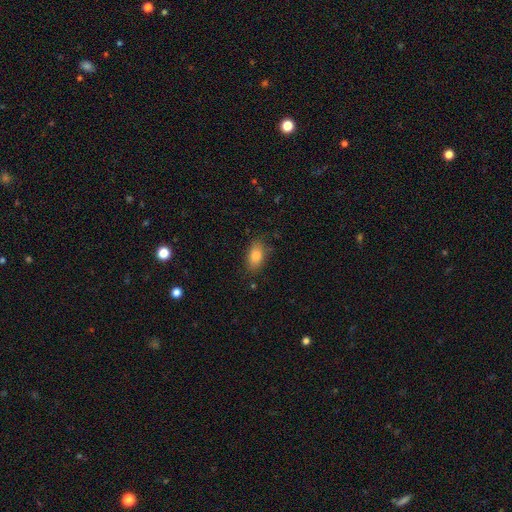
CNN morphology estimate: Overall: smooth (83%). How rounded: in between (89%). Merging: none (79%).